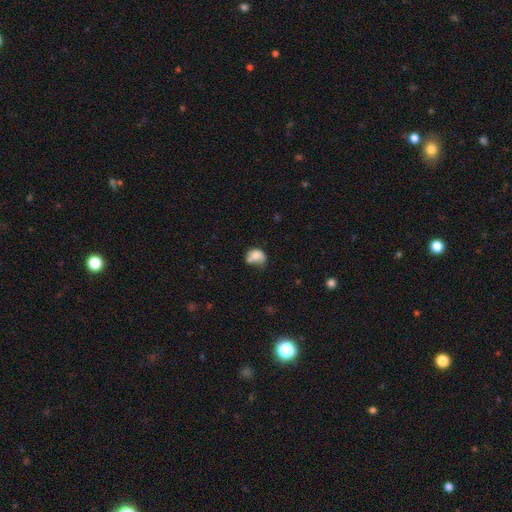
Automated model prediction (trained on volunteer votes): smooth 72%, featured or disk 18%, star or artifact 10%. Down the decision tree: how rounded — in between (64%); merging — minor disturbance (36%).